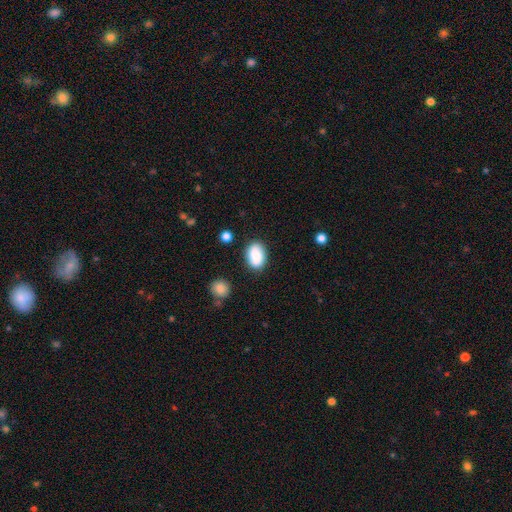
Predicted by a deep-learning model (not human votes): This is clearly a smooth galaxy (81%). How rounded: clearly in between (84%). Merging: likely none (78%).